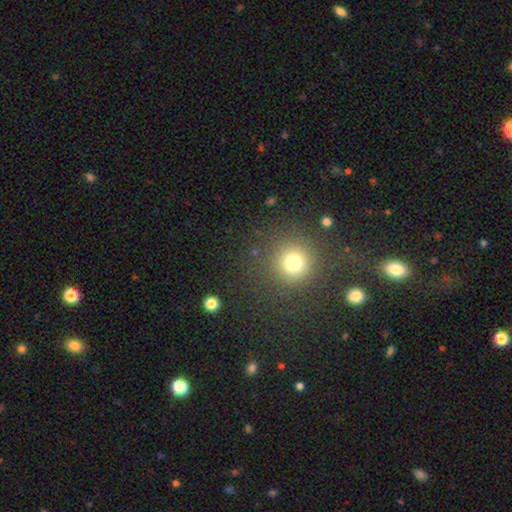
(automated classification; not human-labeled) Q: Smooth or featured?
A: smooth (60%); runner-up: star or artifact (33%)
Q: How rounded?
A: round (93%); runner-up: in between (5%)
Q: Merging?
A: none (84%); runner-up: minor disturbance (8%)